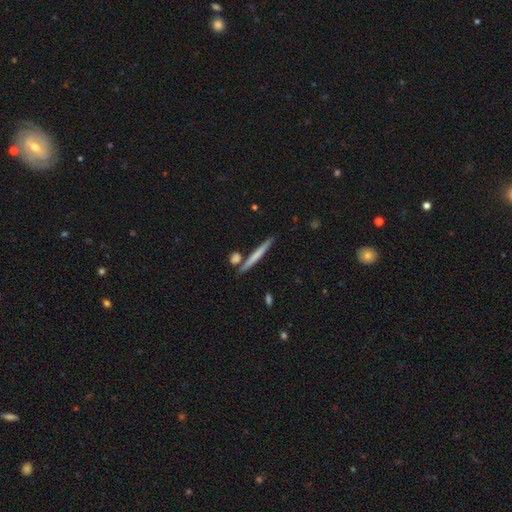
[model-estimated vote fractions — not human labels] smooth_or_featured: smooth (p=0.59) [alt: featured or disk p=0.35]
how_rounded: cigar-shaped (p=0.95) [alt: in between p=0.03]
merging: none (p=0.82) [alt: minor disturbance p=0.08]